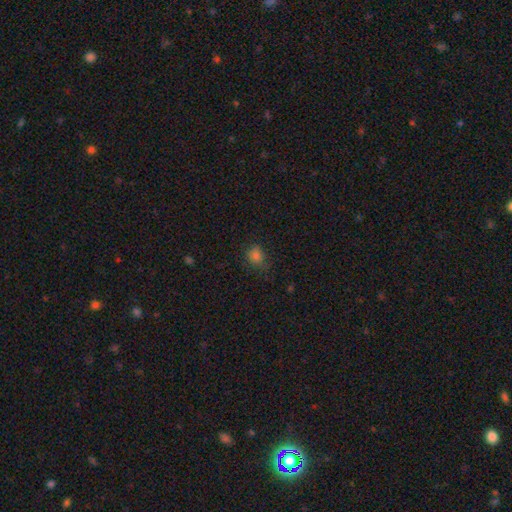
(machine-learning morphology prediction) Overall: smooth (79%). How rounded: round (62%; in between 37%). Merging: none (72%).